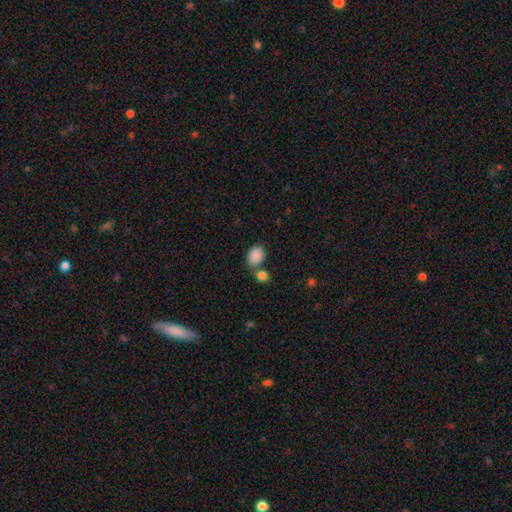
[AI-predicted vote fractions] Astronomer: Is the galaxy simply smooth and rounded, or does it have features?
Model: smooth — 88%.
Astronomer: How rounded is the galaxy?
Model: in between — 73%.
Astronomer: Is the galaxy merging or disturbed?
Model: none — 56%.